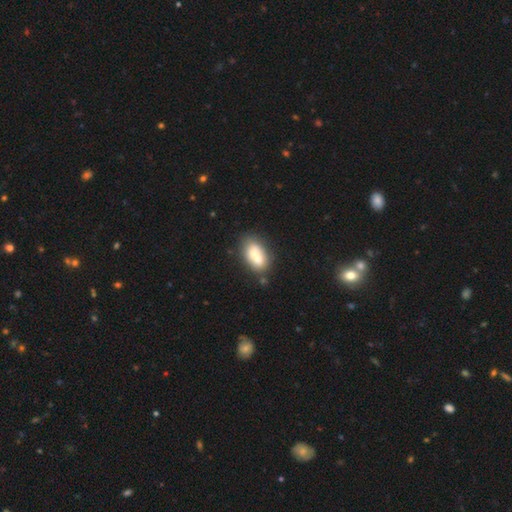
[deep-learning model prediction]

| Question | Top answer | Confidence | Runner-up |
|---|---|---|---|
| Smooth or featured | smooth | 71% | featured or disk (21%) |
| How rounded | in between | 75% | cigar-shaped (20%) |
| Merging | none | 67% | minor disturbance (19%) |